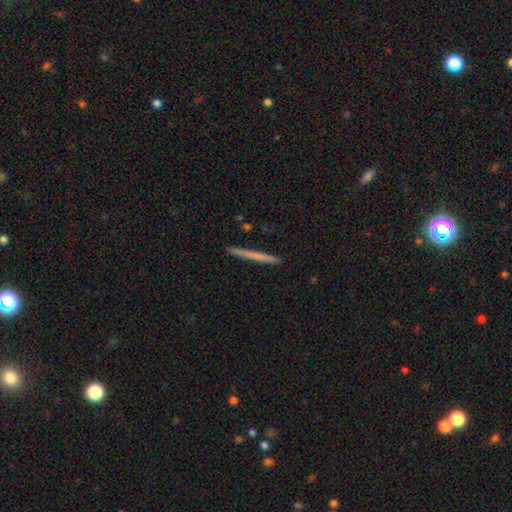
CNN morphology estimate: type=smooth (56%); roundness=cigar-shaped (97%); merging=none (92%).